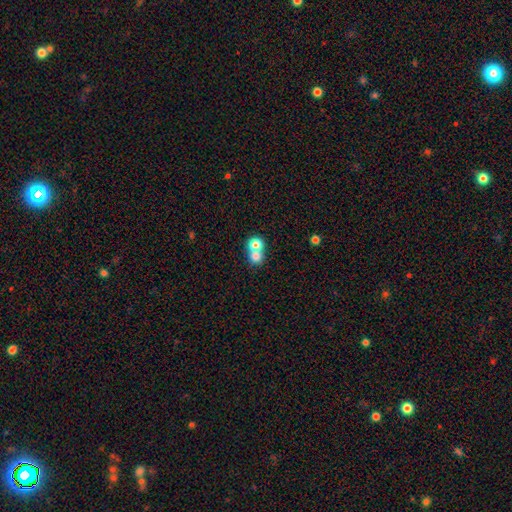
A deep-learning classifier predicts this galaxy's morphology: Overall: smooth (74%). How rounded: round (83%). Merging: merger (59%; none 34%).